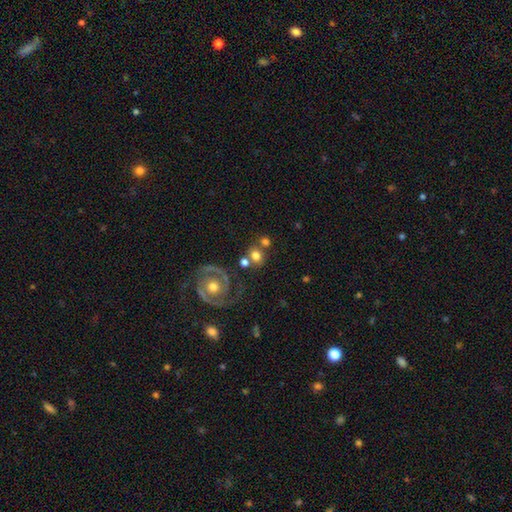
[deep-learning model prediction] Smooth or featured: smooth — 64% (featured or disk — 26%)
How rounded: round — 76% (in between — 22%)
Merging: none — 64% (merger — 19%)